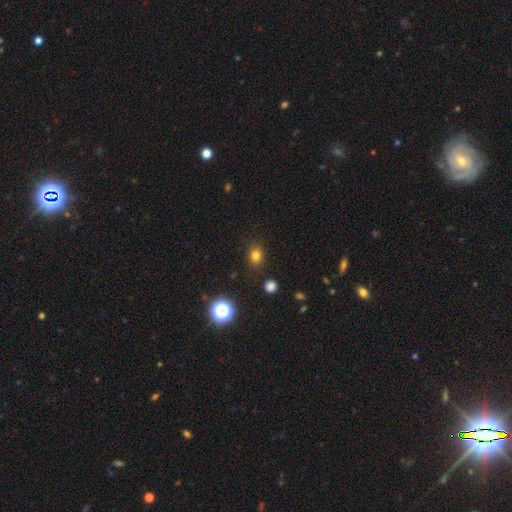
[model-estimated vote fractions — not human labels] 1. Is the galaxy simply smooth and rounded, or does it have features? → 78% smooth, 16% star or artifact, 6% featured or disk.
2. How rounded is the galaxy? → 53% round, 45% in between, 1% cigar-shaped.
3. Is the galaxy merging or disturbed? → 86% none, 9% minor disturbance, 3% major disturbance, 2% merger.